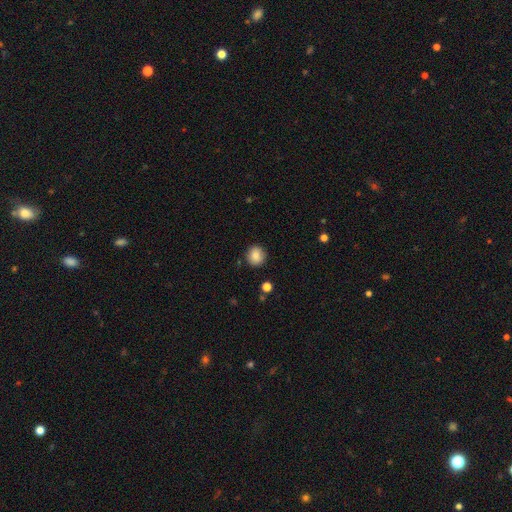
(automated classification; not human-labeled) smooth 83%, star or artifact 9%, featured or disk 8%. Down the decision tree: how rounded — round (90%); merging — none (89%).